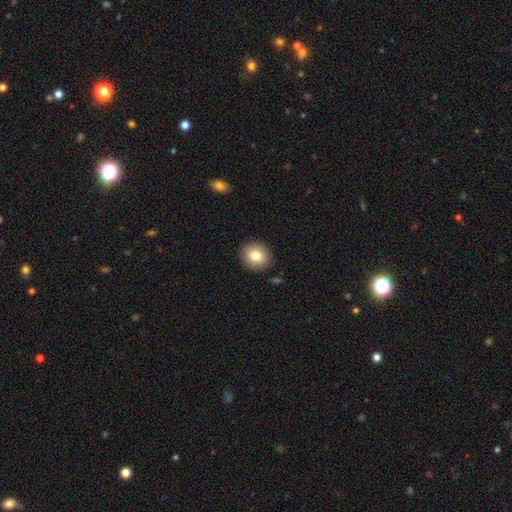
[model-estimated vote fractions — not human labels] Q: Smooth or featured?
A: smooth (81%); runner-up: featured or disk (10%)
Q: How rounded?
A: round (69%); runner-up: in between (30%)
Q: Merging?
A: none (89%); runner-up: minor disturbance (8%)